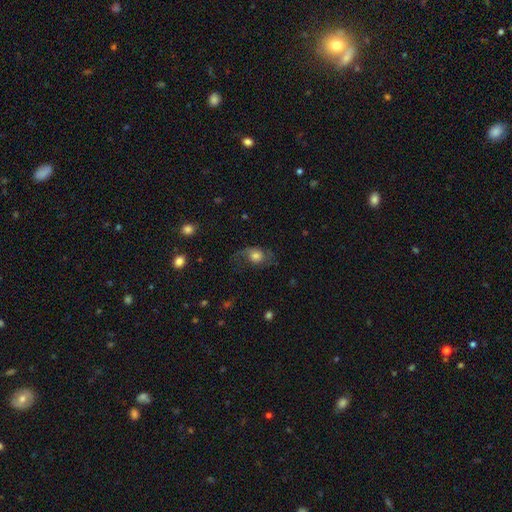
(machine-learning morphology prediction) This is possibly a smooth galaxy (50%). How rounded: possibly round (52%). Merging: possibly none (46%).